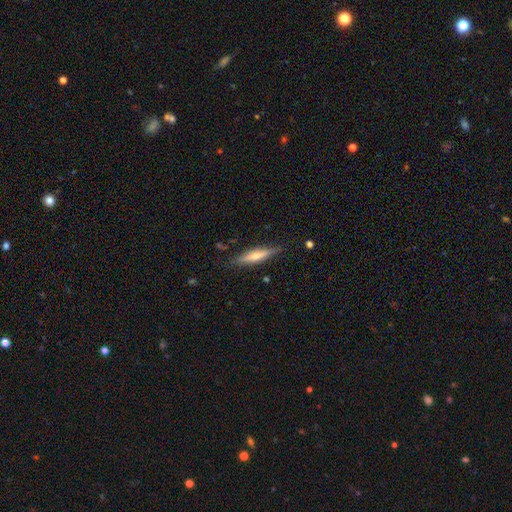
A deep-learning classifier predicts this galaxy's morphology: This is possibly a featured or disk galaxy (57%). It is clearly viewed edge-on (94%). Edge-on bulge: likely rounded (79%). Merging: clearly none (86%).